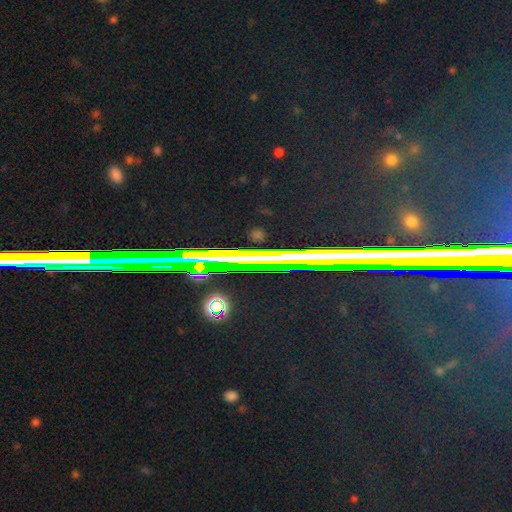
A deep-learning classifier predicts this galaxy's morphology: smooth-or-featured: star or artifact: 81% | featured or disk: 11% | smooth: 8%